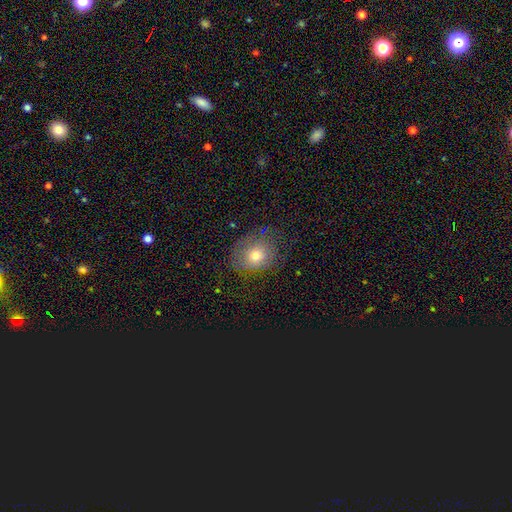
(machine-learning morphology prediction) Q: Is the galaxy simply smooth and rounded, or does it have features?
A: smooth — 70%.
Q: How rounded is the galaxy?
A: round — 64%.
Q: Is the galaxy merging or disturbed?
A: none — 68%.